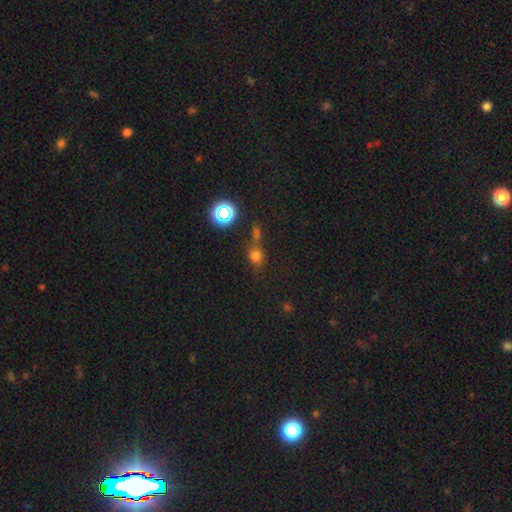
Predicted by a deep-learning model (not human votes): Smooth or featured? Predicted: smooth (p=0.64). How rounded? Predicted: round (p=0.77). Merging? Predicted: none (p=0.53).